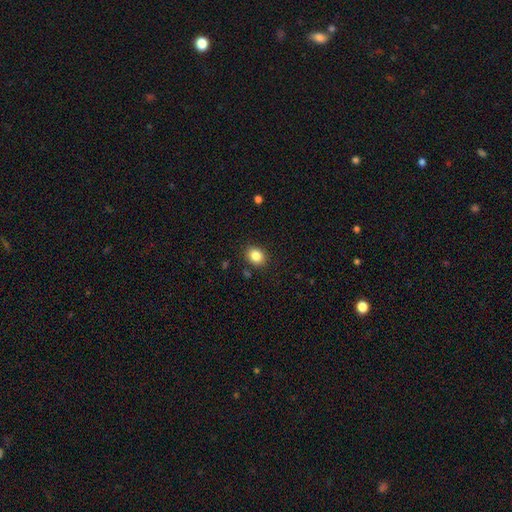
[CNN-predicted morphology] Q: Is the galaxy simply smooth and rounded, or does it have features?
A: smooth — 85%.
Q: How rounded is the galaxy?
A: round — 50%.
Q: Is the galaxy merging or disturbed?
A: none — 87%.